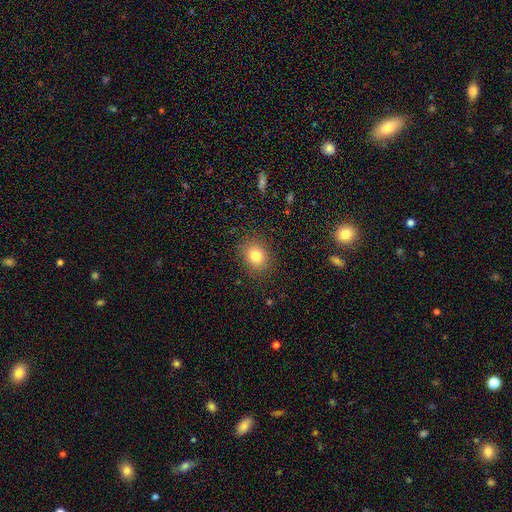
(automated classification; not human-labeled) This appears to be a smooth galaxy with no disk features (80%) that is round (62%). Merging: none (87%).